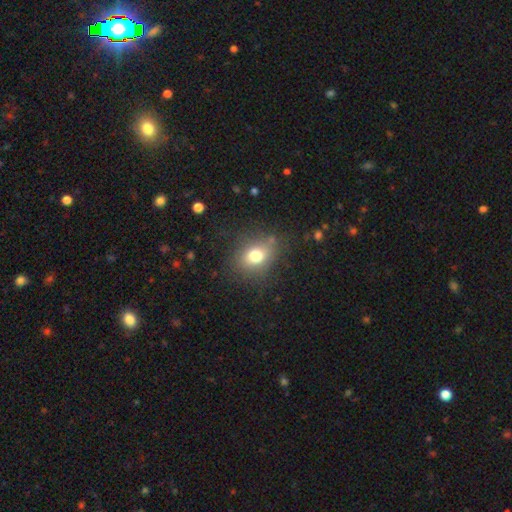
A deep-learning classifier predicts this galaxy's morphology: A smooth galaxy with no disk features (75%) that is in between round and cigar-shaped (55%).

Vote fractions:
- Smooth or featured? smooth: 75% / featured or disk: 13% / star or artifact: 13%
- How rounded? in between: 55% / round: 44% / cigar-shaped: 2%
- Merging? none: 75% / minor disturbance: 16% / major disturbance: 7% / merger: 2%